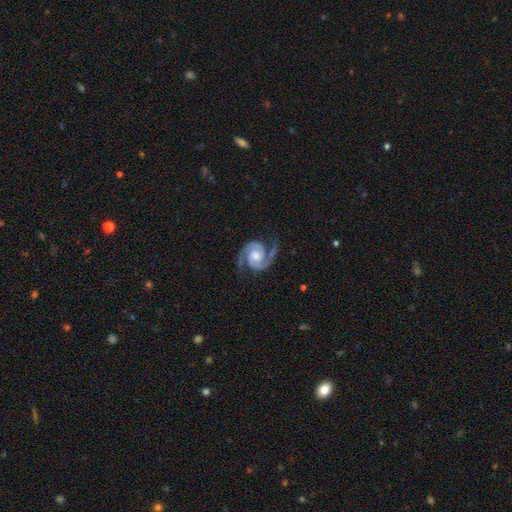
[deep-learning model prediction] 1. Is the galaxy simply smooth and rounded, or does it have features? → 93% featured or disk, 4% star or artifact, 3% smooth.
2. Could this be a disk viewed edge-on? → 98% no, 2% yes.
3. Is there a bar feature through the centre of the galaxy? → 62% no, 29% weak, 8% strong.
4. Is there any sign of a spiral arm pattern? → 99% yes, 1% no.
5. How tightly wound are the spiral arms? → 55% medium, 34% tight, 10% loose.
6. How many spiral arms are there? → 94% 2, 1% 3, 1% can't tell, 1% 1, 1% 4, 1% more than 4.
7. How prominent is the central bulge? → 55% moderate, 18% small, 17% large, 8% none, 2% dominant.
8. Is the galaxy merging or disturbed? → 79% none, 14% minor disturbance, 5% major disturbance, 1% merger.